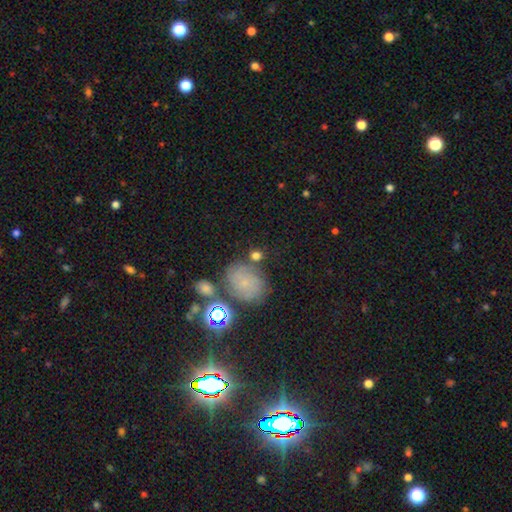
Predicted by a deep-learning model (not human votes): Smooth or featured? smooth (60%)
How rounded? round (65%)
Merging? none (65%)